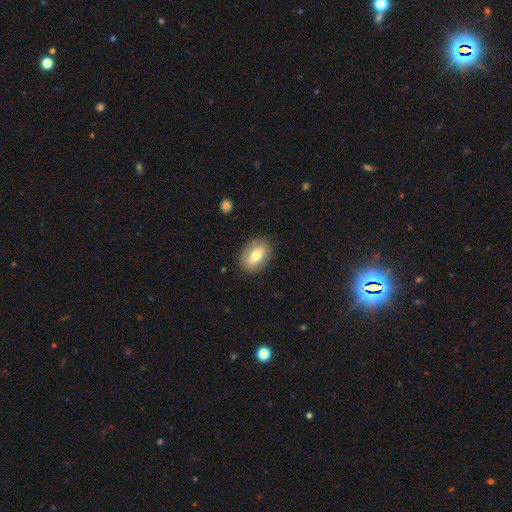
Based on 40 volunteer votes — smooth_or_featured: smooth (p=0.53) [alt: featured or disk p=0.42]
how_rounded: in between (p=0.95) [alt: round p=0.05]
merging: none (p=0.95) [alt: minor disturbance p=0.05]